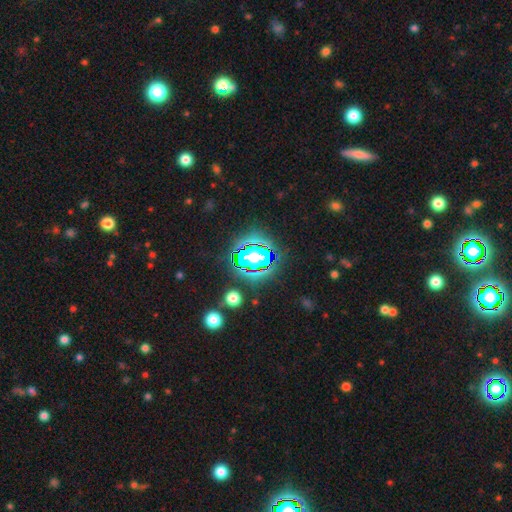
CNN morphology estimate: Smooth or featured? star or artifact (61%)